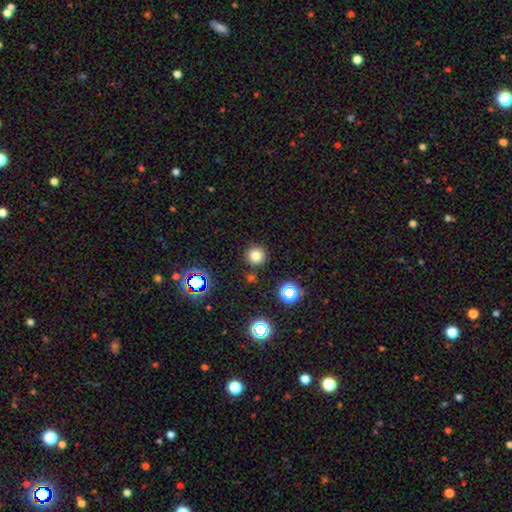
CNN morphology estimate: smooth 75%, star or artifact 19%, featured or disk 6%. Down the decision tree: how rounded — round (96%); merging — none (89%).